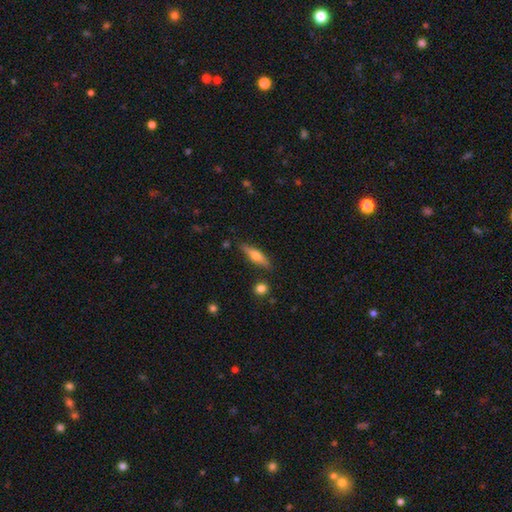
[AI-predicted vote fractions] smooth-or-featured: featured or disk: 52% | smooth: 41% | star or artifact: 6%
  disk-edge-on: yes: 93% | no: 7%
  merging: none: 83% | minor disturbance: 11% | merger: 3% | major disturbance: 2%